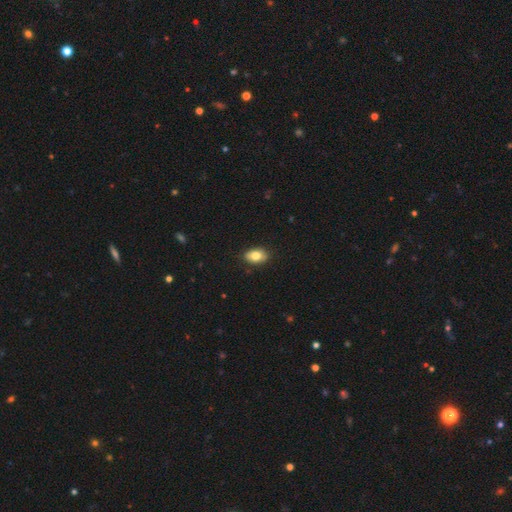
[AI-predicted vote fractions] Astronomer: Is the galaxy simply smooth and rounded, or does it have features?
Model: smooth — 80%.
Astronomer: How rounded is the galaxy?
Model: in between — 86%.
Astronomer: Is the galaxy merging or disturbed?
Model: none — 85%.